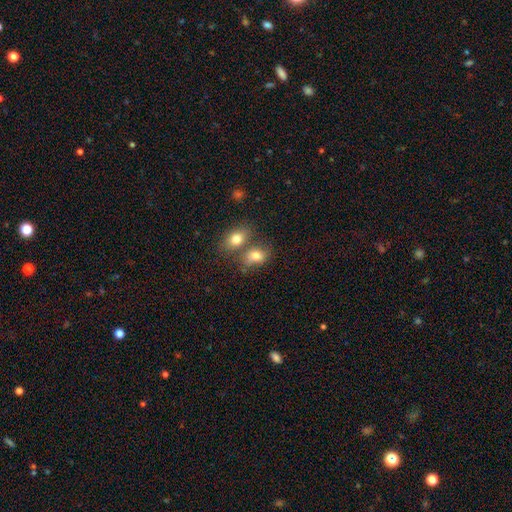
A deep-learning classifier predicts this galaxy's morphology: A smooth galaxy with no disk features (79%) that is in between round and cigar-shaped (72%). Merging: merger (42%).